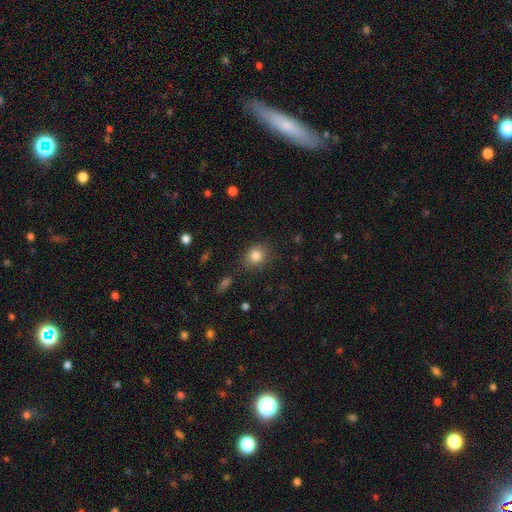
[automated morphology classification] Smooth or featured: smooth — 83% (star or artifact — 11%)
How rounded: round — 72% (in between — 27%)
Merging: none — 83% (minor disturbance — 11%)